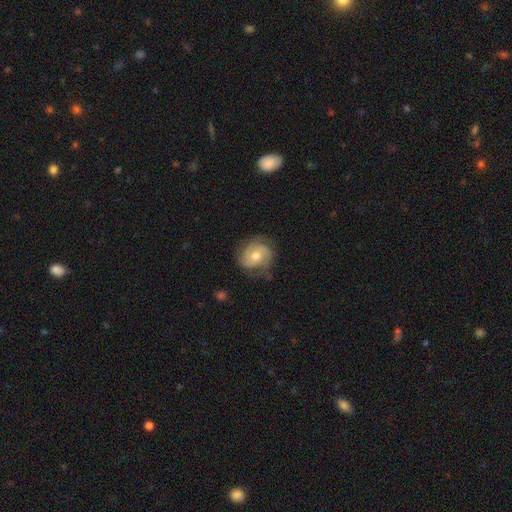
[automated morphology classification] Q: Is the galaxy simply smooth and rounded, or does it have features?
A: featured or disk — 65%.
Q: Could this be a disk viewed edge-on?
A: no — 97%.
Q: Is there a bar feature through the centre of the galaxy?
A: no — 75%.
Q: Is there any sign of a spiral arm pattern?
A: yes — 86%.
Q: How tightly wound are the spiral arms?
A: tight — 47%.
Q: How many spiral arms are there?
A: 2 — 51%.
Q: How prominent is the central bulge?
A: moderate — 74%.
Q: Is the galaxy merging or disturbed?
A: none — 64%.